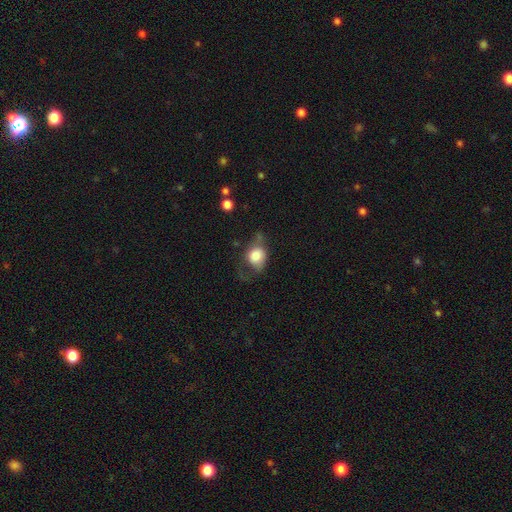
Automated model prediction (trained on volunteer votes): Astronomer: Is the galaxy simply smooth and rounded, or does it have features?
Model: smooth — 73%.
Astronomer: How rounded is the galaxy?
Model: round — 59% (runner-up: in between, 40%).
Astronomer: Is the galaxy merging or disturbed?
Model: none — 37% (runner-up: minor disturbance, 30%).